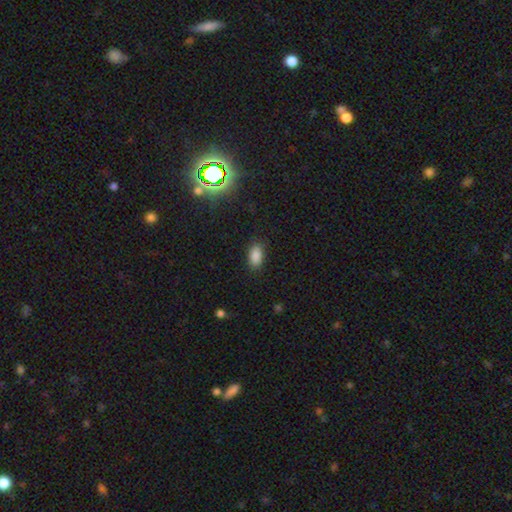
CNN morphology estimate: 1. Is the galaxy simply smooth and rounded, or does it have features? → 87% smooth, 9% star or artifact, 3% featured or disk.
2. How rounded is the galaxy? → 92% in between, 5% round, 3% cigar-shaped.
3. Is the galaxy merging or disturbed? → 85% none, 11% minor disturbance, 3% major disturbance, 1% merger.